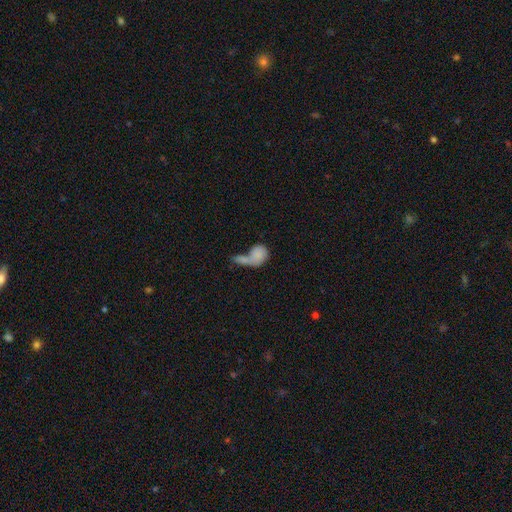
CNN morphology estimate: This is likely a smooth galaxy (76%). How rounded: possibly in between (54%). Merging: possibly merger (54%).